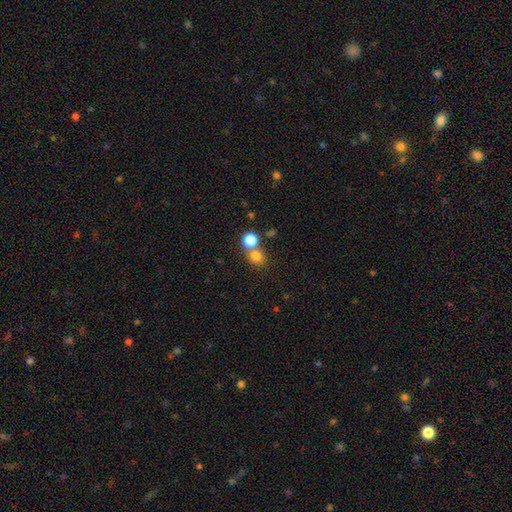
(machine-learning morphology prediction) Q: Smooth or featured?
A: smooth (79%); runner-up: star or artifact (14%)
Q: How rounded?
A: round (83%); runner-up: in between (16%)
Q: Merging?
A: none (55%); runner-up: merger (35%)